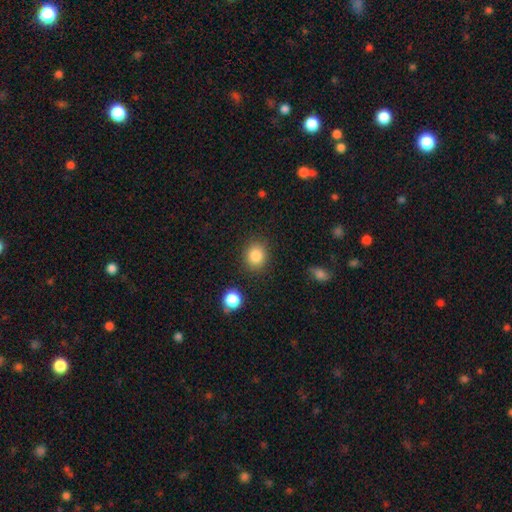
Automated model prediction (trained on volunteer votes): smooth-or-featured: smooth: 85% | star or artifact: 10% | featured or disk: 5%
  how-rounded: round: 75% | in between: 24% | cigar-shaped: 1%
  merging: none: 85% | minor disturbance: 9% | major disturbance: 3% | merger: 3%